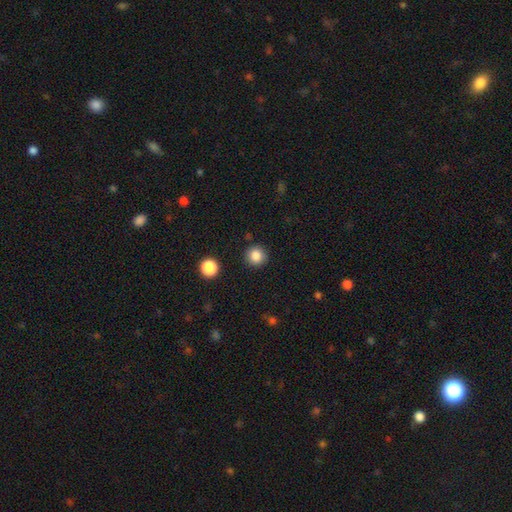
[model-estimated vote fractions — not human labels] smooth 85%, star or artifact 11%, featured or disk 4%. Down the decision tree: how rounded — round (94%); merging — none (90%).